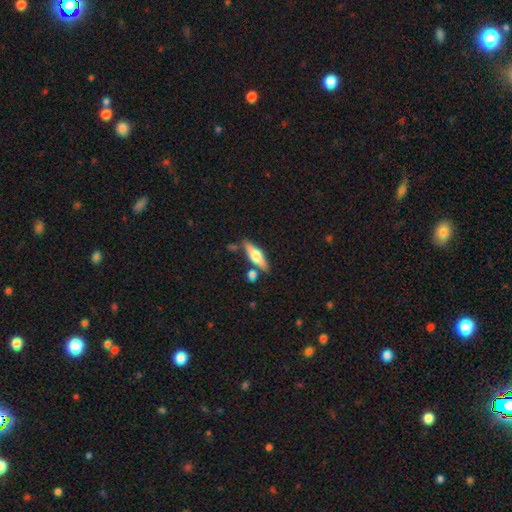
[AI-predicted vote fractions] The model was most divided on "smooth or featured": featured or disk: 53%, smooth: 41%, star or artifact: 6%. More confident: edge-on disk — yes (93%); merging — none (74%).